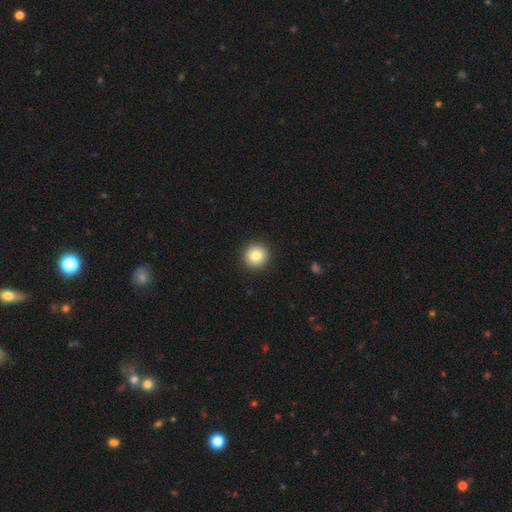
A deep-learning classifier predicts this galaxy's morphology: Smooth or featured?
  - smooth: 83% *
  - star or artifact: 9%
  - featured or disk: 8%
How rounded?
  - round: 94% *
  - in between: 5%
  - cigar-shaped: 1%
Merging?
  - none: 93% *
  - minor disturbance: 5%
  - major disturbance: 2%
  - merger: 1%